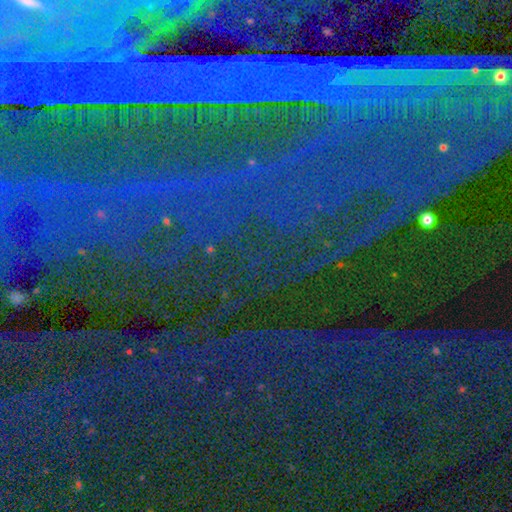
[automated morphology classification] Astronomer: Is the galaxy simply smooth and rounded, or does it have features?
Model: star or artifact — 87%.